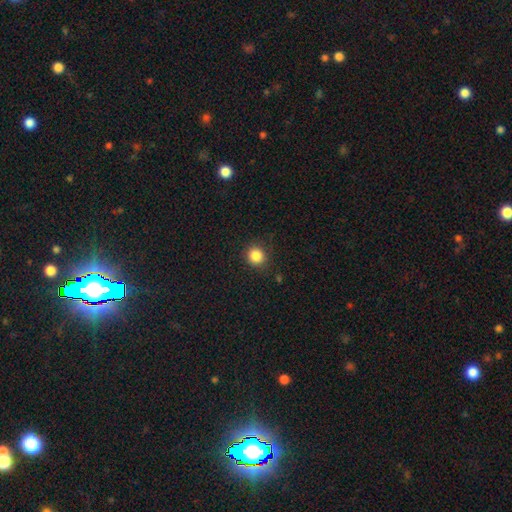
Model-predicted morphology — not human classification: Q: Smooth or featured?
A: smooth (85%); runner-up: star or artifact (11%)
Q: How rounded?
A: round (89%); runner-up: in between (10%)
Q: Merging?
A: none (88%); runner-up: minor disturbance (8%)